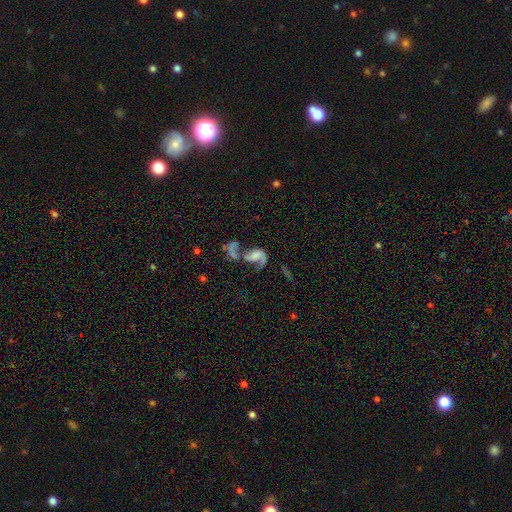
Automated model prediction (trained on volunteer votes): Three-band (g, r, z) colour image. It shows a featured or disk galaxy (72%) with no bar (53%), 2 (70%) loose (70%) spiral arms (84%) and no central bulge (40%). Merging: merger (37%).